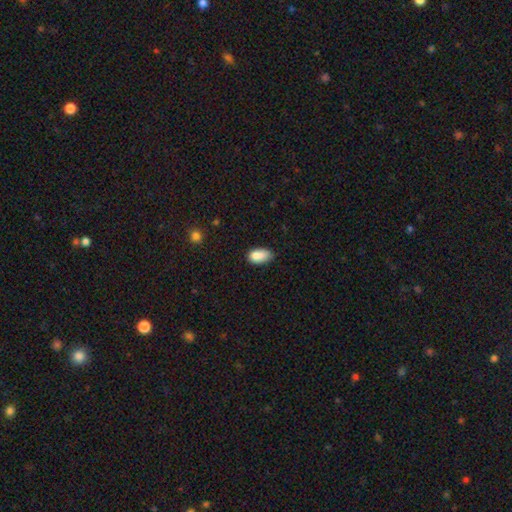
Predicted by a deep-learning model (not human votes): This is clearly a smooth galaxy (86%). How rounded: clearly in between (92%). Merging: possibly none (56%).